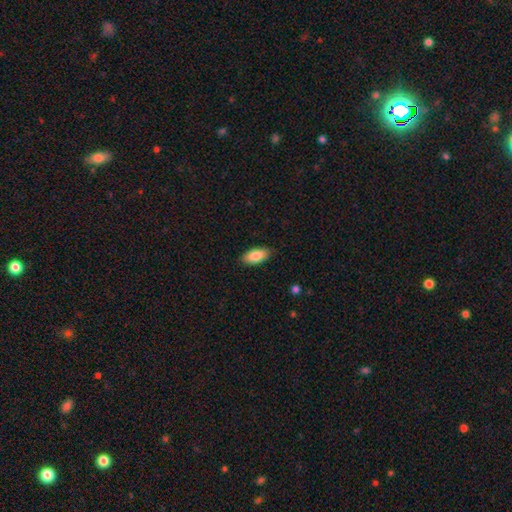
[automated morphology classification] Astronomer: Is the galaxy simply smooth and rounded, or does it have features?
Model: smooth — 85%.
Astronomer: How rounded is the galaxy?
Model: in between — 90%.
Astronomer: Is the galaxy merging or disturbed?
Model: none — 87%.